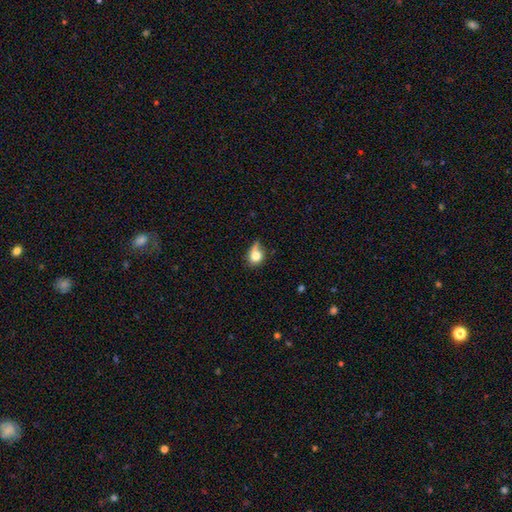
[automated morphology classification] A smooth galaxy with no disk features (77%) that is round (57%).

Vote fractions:
- Smooth or featured? smooth: 77% / featured or disk: 14% / star or artifact: 10%
- How rounded? round: 57% / in between: 41% / cigar-shaped: 2%
- Merging? none: 39% / minor disturbance: 38% / major disturbance: 17% / merger: 6%